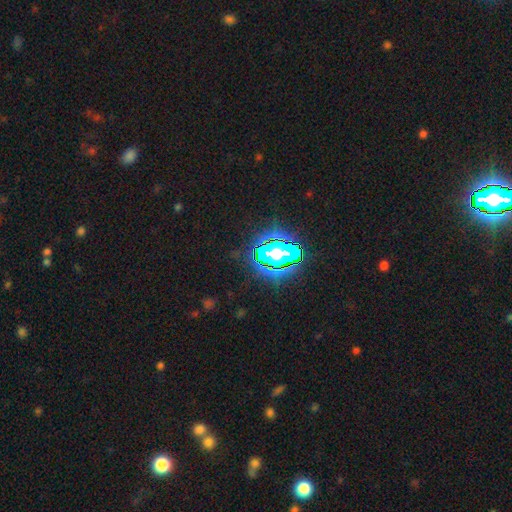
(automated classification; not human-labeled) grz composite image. It shows a star or artifact, not a galaxy (63%).